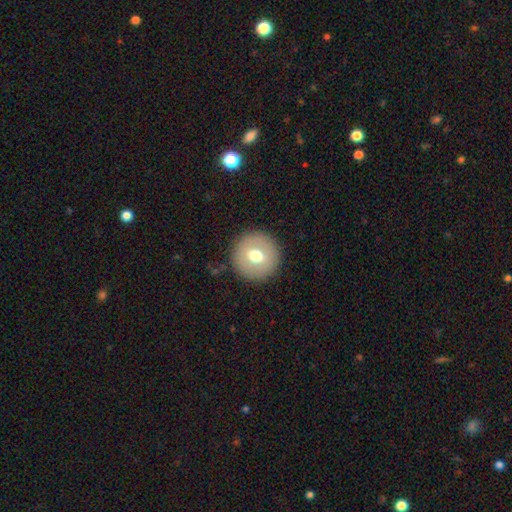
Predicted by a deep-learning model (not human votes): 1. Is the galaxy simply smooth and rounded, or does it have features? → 65% smooth, 26% featured or disk, 9% star or artifact.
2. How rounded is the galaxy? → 95% round, 4% in between, 1% cigar-shaped.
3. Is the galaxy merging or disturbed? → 90% none, 6% minor disturbance, 3% major disturbance, 1% merger.